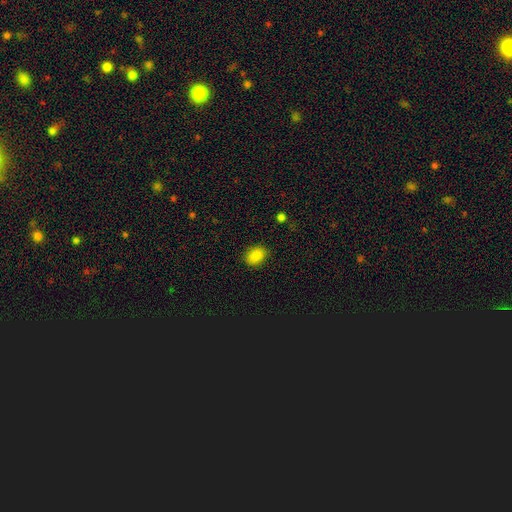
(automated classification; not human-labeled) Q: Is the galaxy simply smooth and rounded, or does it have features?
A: smooth — 86%.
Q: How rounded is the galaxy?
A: in between — 74%.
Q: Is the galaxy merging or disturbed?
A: none — 87%.